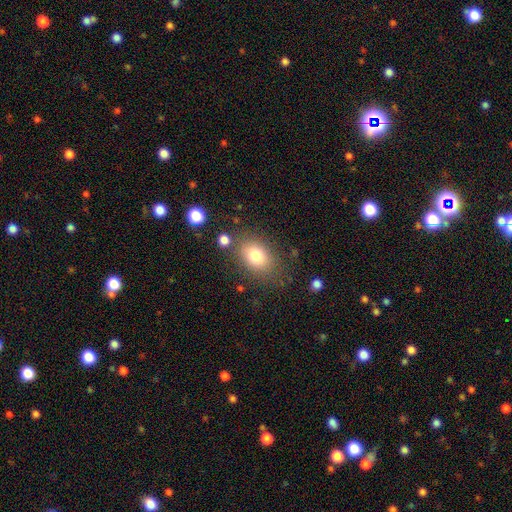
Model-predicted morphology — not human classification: Q: Smooth or featured?
A: smooth (79%); runner-up: featured or disk (11%)
Q: How rounded?
A: in between (72%); runner-up: round (27%)
Q: Merging?
A: none (76%); runner-up: minor disturbance (14%)